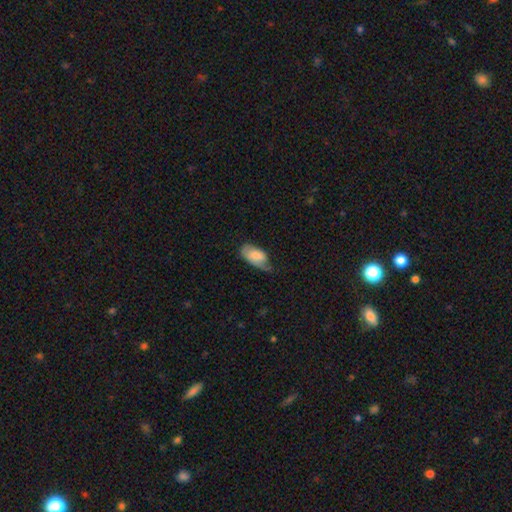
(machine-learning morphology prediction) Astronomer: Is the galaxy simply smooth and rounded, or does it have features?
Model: smooth — 68%.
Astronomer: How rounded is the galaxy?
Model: in between — 93%.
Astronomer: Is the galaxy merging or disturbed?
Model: minor disturbance — 38% (runner-up: none, 37%).